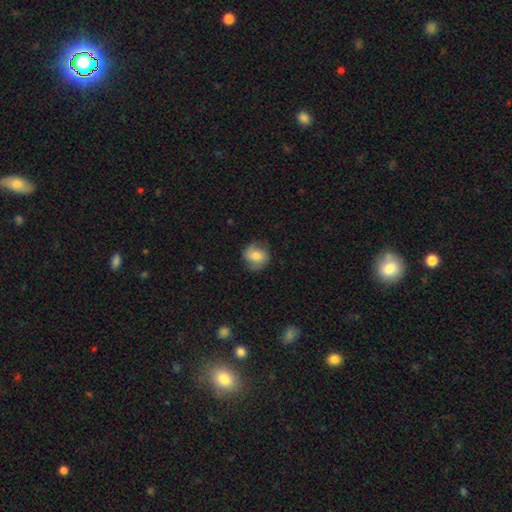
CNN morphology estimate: A smooth galaxy with no disk features (66%) that is round (75%). Merging: none (75%).